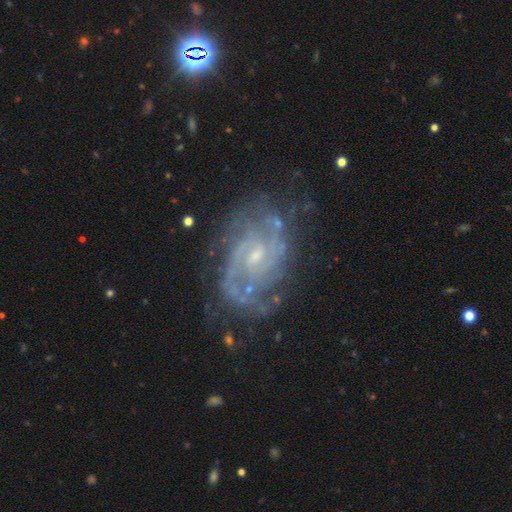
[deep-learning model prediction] Smooth or featured: featured or disk — 88% (star or artifact — 7%)
Edge-on disk: no — 97% (yes — 3%)
Bar: no — 48% (weak — 44%)
Spiral arms: yes — 96% (no — 4%)
Spiral winding: tight — 49% (medium — 42%)
Spiral arm count: 2 — 53% (can't tell — 21%)
Bulge size: small — 68% (moderate — 26%)
Merging: none — 69% (minor disturbance — 19%)